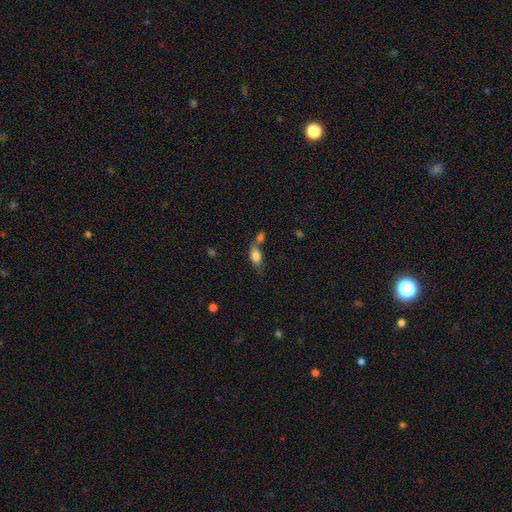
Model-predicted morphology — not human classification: A smooth galaxy with no disk features (79%) that is in between round and cigar-shaped (85%).

Vote fractions:
- Smooth or featured? smooth: 79% / featured or disk: 12% / star or artifact: 9%
- How rounded? in between: 85% / cigar-shaped: 8% / round: 7%
- Merging? merger: 40% / none: 37% / minor disturbance: 16% / major disturbance: 8%